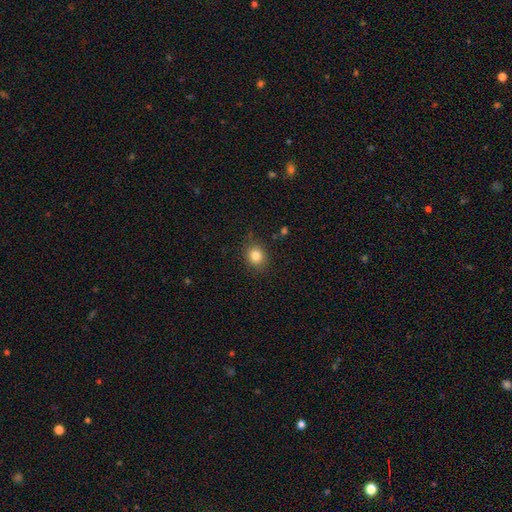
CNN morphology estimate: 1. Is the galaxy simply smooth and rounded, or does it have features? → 83% smooth, 11% star or artifact, 6% featured or disk.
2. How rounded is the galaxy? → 70% round, 29% in between, 1% cigar-shaped.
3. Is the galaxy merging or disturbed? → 85% none, 11% minor disturbance, 3% major disturbance, 1% merger.